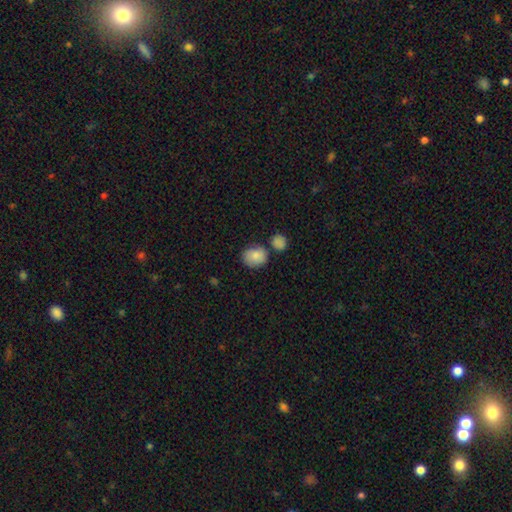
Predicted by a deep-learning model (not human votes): A smooth galaxy with no disk features (83%) that is round (60%). Merging: none (65%).